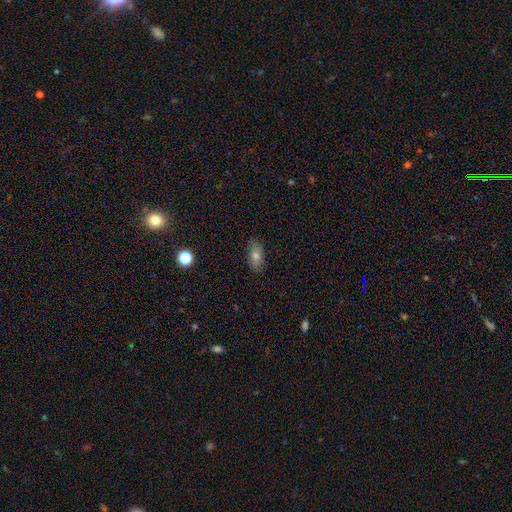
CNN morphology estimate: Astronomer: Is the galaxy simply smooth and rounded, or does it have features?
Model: smooth — 67%.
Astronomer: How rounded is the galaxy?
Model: in between — 87%.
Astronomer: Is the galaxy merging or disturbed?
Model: none — 85%.